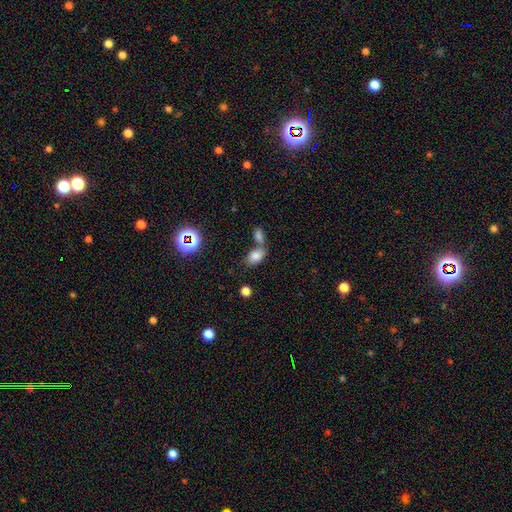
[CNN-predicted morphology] smooth 79%, star or artifact 12%, featured or disk 9%. Down the decision tree: how rounded — in between (89%); merging — none (43%).